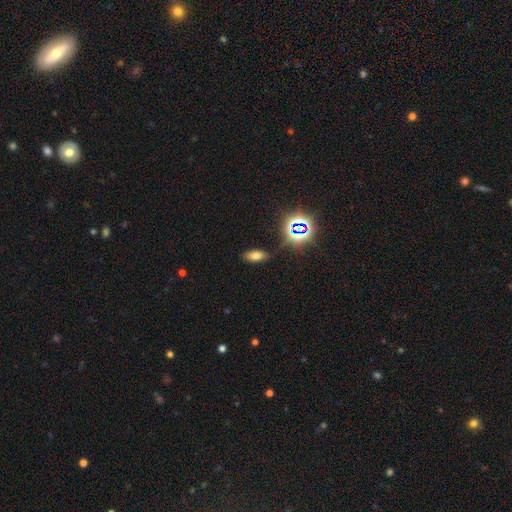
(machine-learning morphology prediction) smooth_or_featured: smooth (p=0.66) [alt: star or artifact p=0.24]
how_rounded: in between (p=0.86) [alt: cigar-shaped p=0.09]
merging: none (p=0.83) [alt: minor disturbance p=0.11]